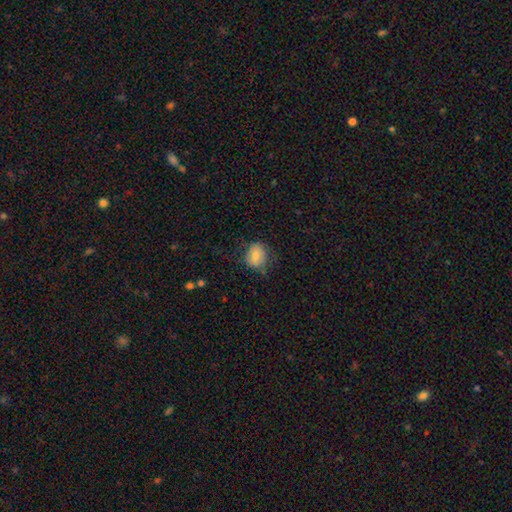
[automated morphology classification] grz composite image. It shows a smooth galaxy with no disk features (75%) that is round (57%). Merging: none (68%).